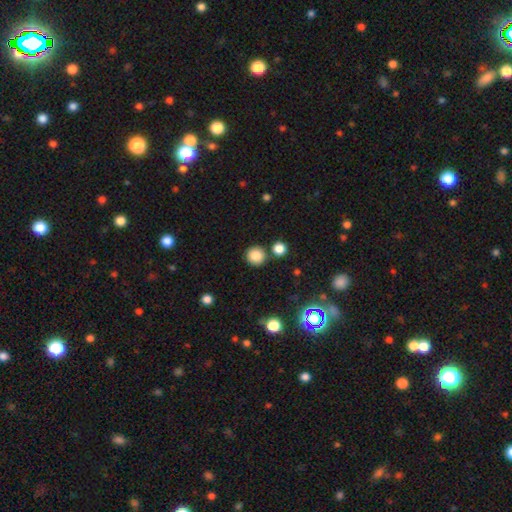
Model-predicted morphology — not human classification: Smooth or featured: smooth — 84% (star or artifact — 11%)
How rounded: round — 92% (in between — 7%)
Merging: none — 82% (merger — 8%)